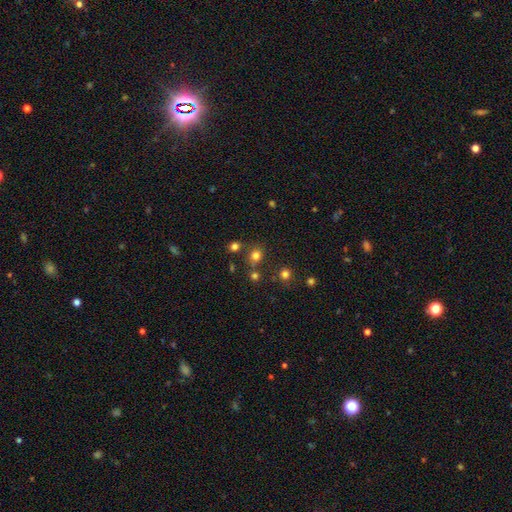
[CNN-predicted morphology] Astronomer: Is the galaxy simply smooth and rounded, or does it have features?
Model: smooth — 75%.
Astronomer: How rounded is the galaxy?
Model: round — 75%.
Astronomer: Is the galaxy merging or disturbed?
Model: none — 70%.